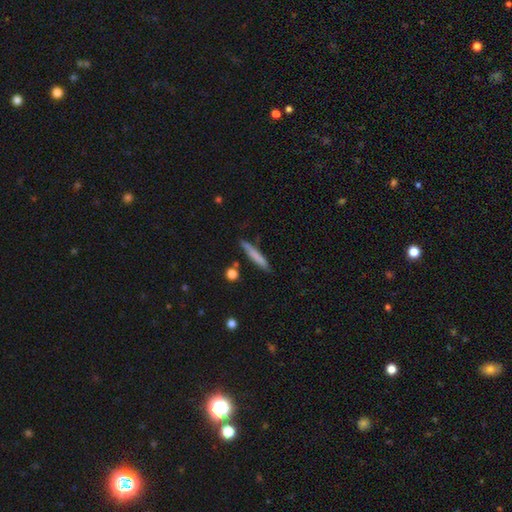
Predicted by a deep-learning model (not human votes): This is likely a smooth galaxy (71%). How rounded: clearly cigar-shaped (94%). Merging: clearly none (83%).